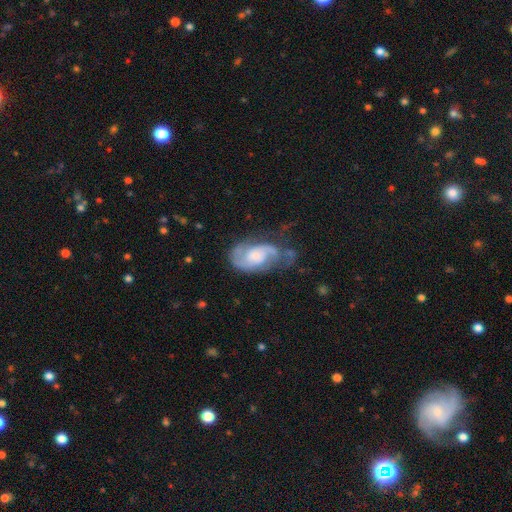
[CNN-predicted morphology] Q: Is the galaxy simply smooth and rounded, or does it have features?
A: featured or disk — 79%.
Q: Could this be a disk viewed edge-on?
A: no — 97%.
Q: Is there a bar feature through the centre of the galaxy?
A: no — 61%.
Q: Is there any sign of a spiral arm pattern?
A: yes — 93%.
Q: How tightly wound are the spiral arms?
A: medium — 48%.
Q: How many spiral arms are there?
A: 2 — 77%.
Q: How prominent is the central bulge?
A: small — 33%, tied with moderate.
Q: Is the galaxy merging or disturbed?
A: none — 44%.